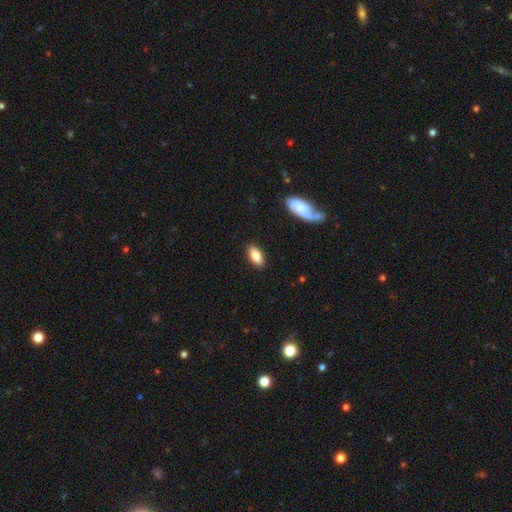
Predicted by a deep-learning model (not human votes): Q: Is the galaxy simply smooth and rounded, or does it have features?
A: smooth — 81%.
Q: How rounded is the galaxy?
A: in between — 83%.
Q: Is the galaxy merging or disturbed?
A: none — 87%.